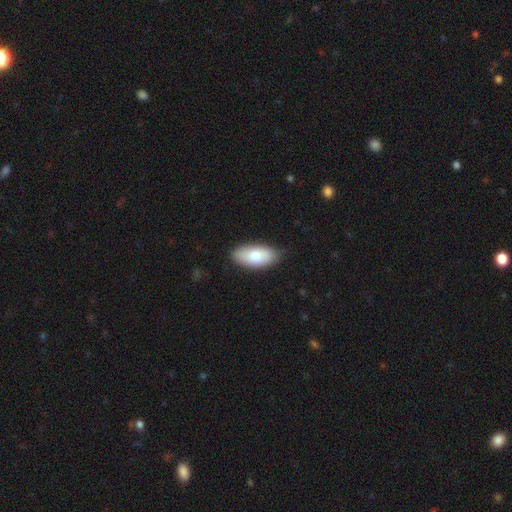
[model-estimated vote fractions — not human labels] smooth-or-featured: smooth: 78% | featured or disk: 16% | star or artifact: 6%
  how-rounded: in between: 90% | cigar-shaped: 7% | round: 3%
  merging: none: 82% | minor disturbance: 15% | major disturbance: 3% | merger: 1%